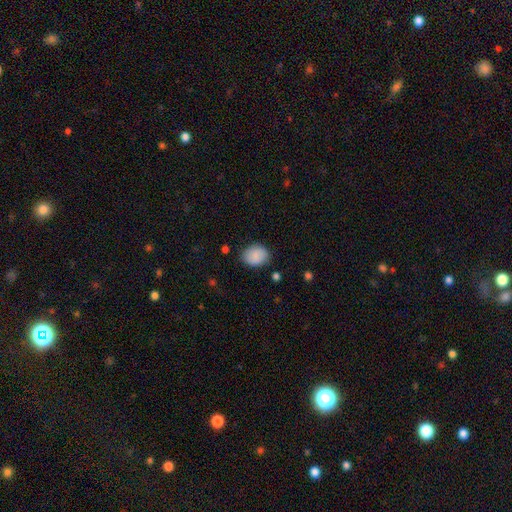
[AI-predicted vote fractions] smooth_or_featured: smooth (p=0.86) [alt: star or artifact p=0.07]
how_rounded: in between (p=0.55) [alt: round p=0.45]
merging: none (p=0.82) [alt: minor disturbance p=0.13]